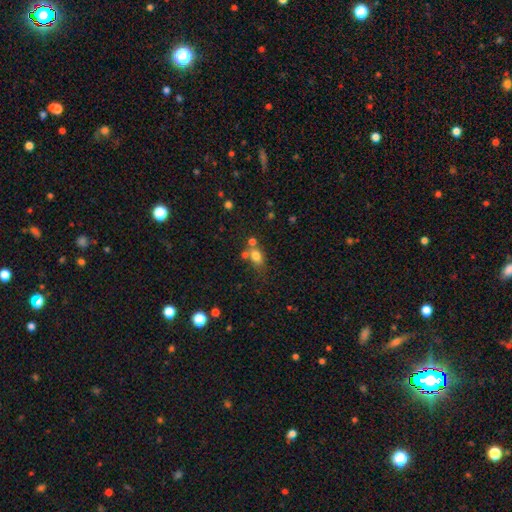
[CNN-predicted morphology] smooth_or_featured: smooth (p=0.76) [alt: star or artifact p=0.13]
how_rounded: in between (p=0.67) [alt: round p=0.30]
merging: none (p=0.47) [alt: merger p=0.32]